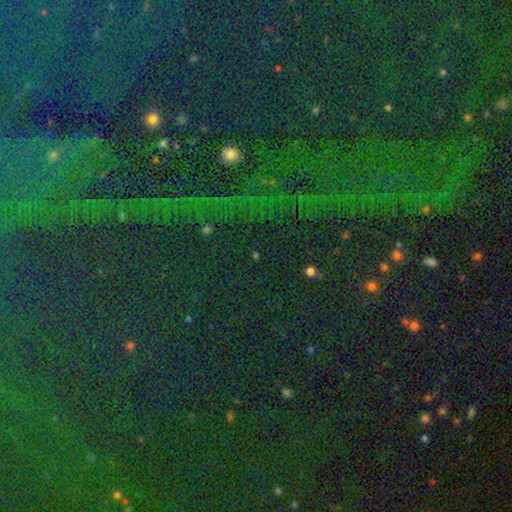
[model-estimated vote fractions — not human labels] Smooth or featured?
  - star or artifact: 75% *
  - smooth: 17%
  - featured or disk: 8%